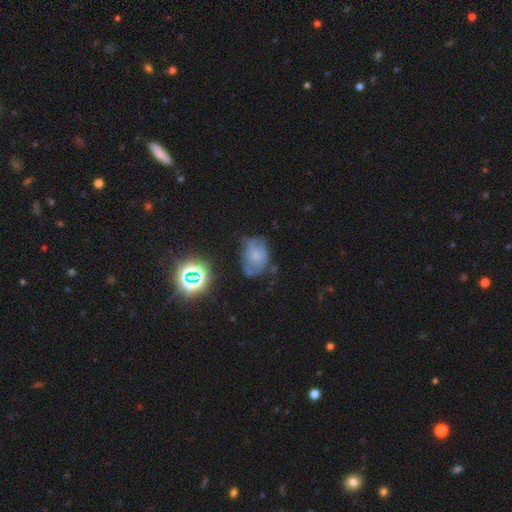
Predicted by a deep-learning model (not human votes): A smooth galaxy with no disk features (43%).

Vote fractions:
- Smooth or featured? smooth: 43% / featured or disk: 39% / star or artifact: 18%
- Merging? none: 46% / minor disturbance: 31% / major disturbance: 18% / merger: 5%